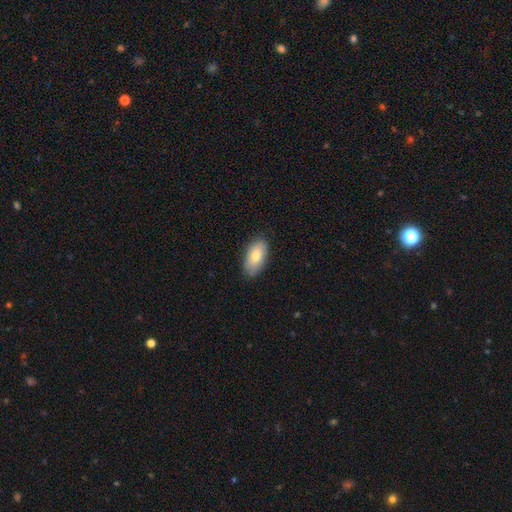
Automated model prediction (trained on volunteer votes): Smooth or featured?
  - smooth: 79% *
  - featured or disk: 15%
  - star or artifact: 6%
How rounded?
  - in between: 94% *
  - cigar-shaped: 3%
  - round: 3%
Merging?
  - none: 84% *
  - minor disturbance: 12%
  - major disturbance: 2%
  - merger: 1%